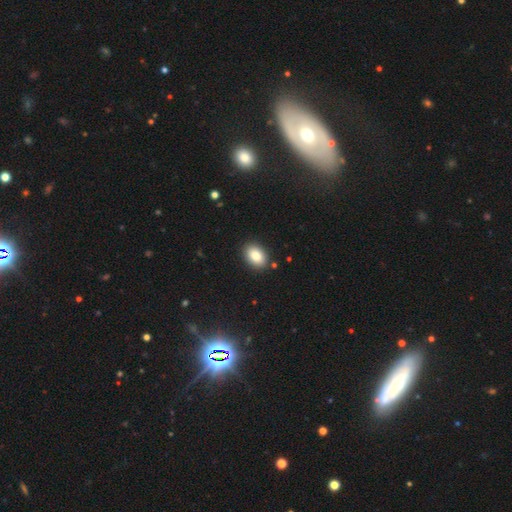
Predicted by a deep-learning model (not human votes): Q: Smooth or featured?
A: smooth (84%); runner-up: star or artifact (8%)
Q: How rounded?
A: in between (83%); runner-up: round (16%)
Q: Merging?
A: none (88%); runner-up: minor disturbance (8%)